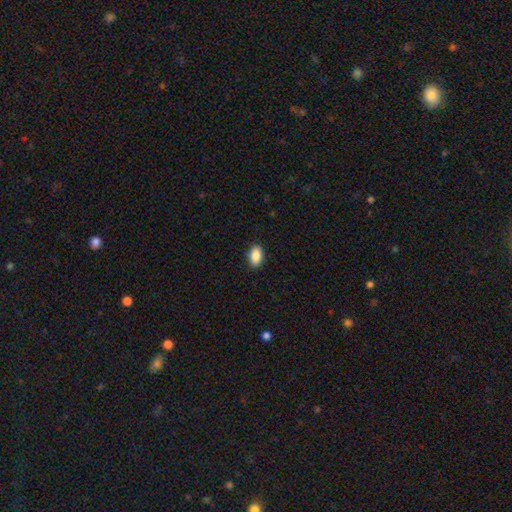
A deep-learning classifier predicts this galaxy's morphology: smooth_or_featured: smooth (p=0.89) [alt: star or artifact p=0.07]
how_rounded: in between (p=0.91) [alt: round p=0.07]
merging: none (p=0.88) [alt: minor disturbance p=0.09]